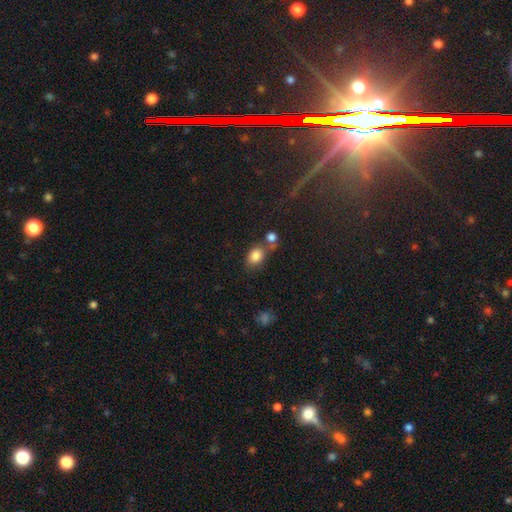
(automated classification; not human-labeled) Smooth or featured?
  - smooth: 83% *
  - star or artifact: 10%
  - featured or disk: 7%
How rounded?
  - in between: 70% *
  - round: 28%
  - cigar-shaped: 1%
Merging?
  - none: 52% *
  - merger: 26%
  - minor disturbance: 16%
  - major disturbance: 6%